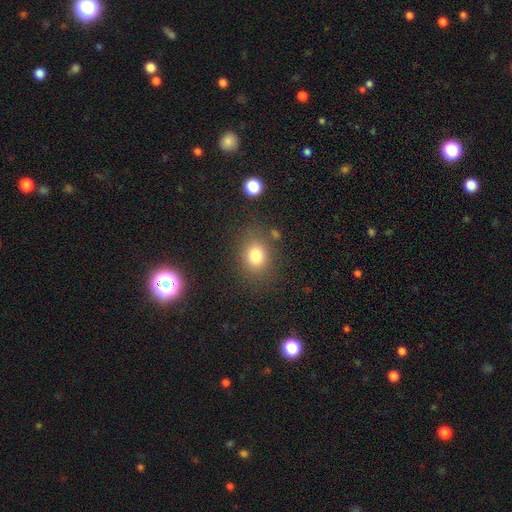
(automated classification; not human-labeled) Morphology: type=smooth (80%); roundness=round (57%); merging=none (78%).